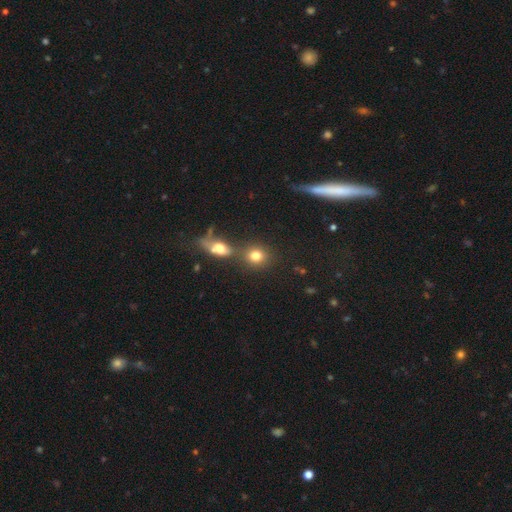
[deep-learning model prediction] This appears to be a smooth galaxy with no disk features (76%) that is round (75%). Merging: none (58%).